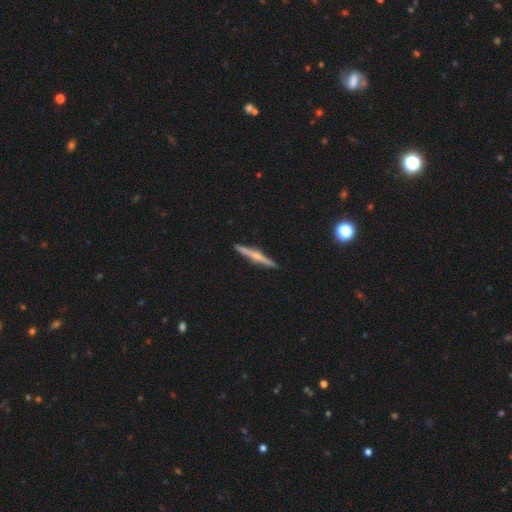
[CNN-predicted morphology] A featured or disk galaxy (68%) viewed edge-on (98%) with a rounded central bulge (79%).

Vote fractions:
- Smooth or featured? featured or disk: 68% / smooth: 26% / star or artifact: 6%
- Edge-on disk? yes: 98% / no: 2%
- Edge-on bulge? rounded: 79% / none: 14% / boxy: 8%
- Merging? none: 91% / minor disturbance: 6% / major disturbance: 1% / merger: 1%